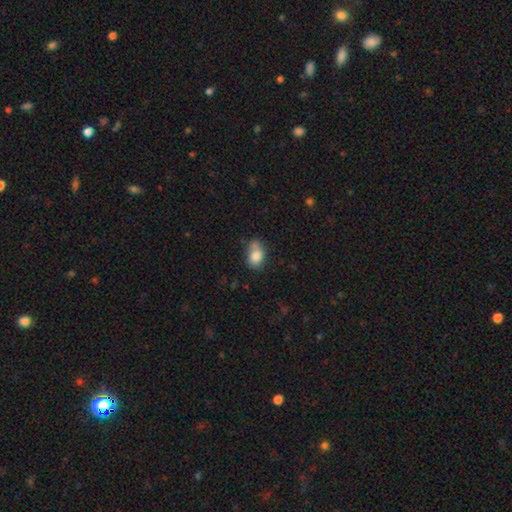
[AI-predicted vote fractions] A smooth galaxy with no disk features (82%) that is in between round and cigar-shaped (71%). Merging: none (47%).